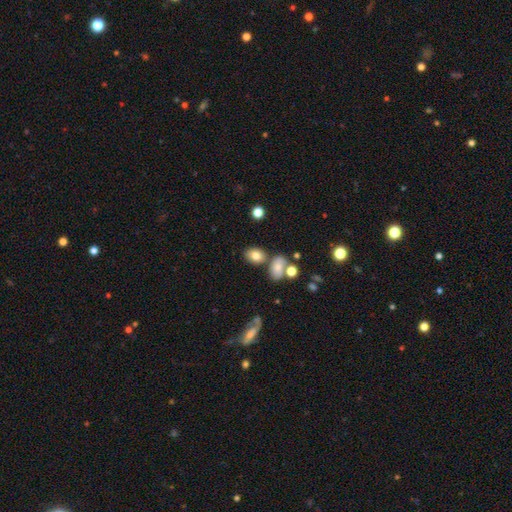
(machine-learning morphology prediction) smooth 79%, star or artifact 11%, featured or disk 10%. Down the decision tree: how rounded — in between (66%); merging — none (67%).